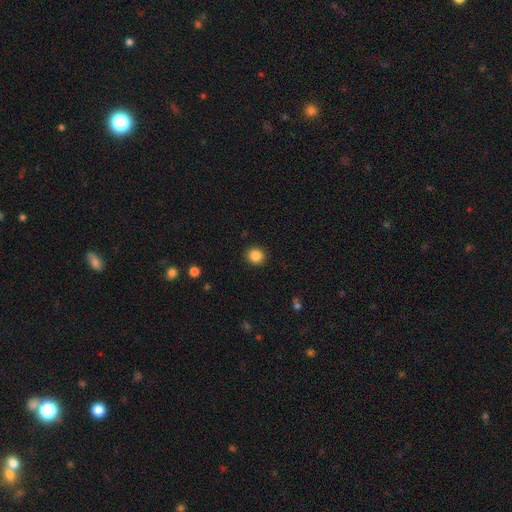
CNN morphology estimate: Q: Smooth or featured?
A: smooth (86%); runner-up: star or artifact (10%)
Q: How rounded?
A: round (90%); runner-up: in between (9%)
Q: Merging?
A: none (92%); runner-up: minor disturbance (5%)